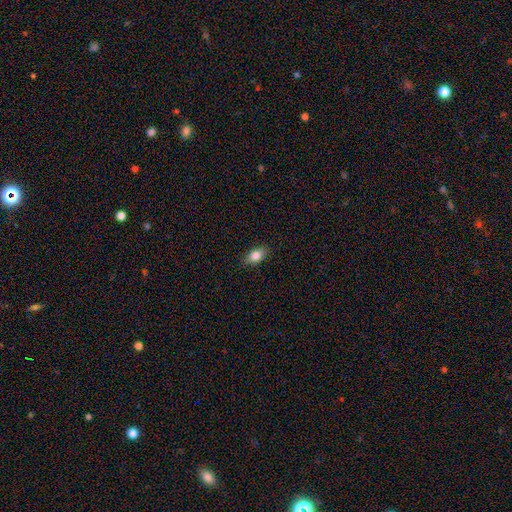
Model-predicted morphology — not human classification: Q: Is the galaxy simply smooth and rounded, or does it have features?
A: smooth — 82%.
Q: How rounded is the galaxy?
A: in between — 87%.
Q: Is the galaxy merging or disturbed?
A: none — 87%.